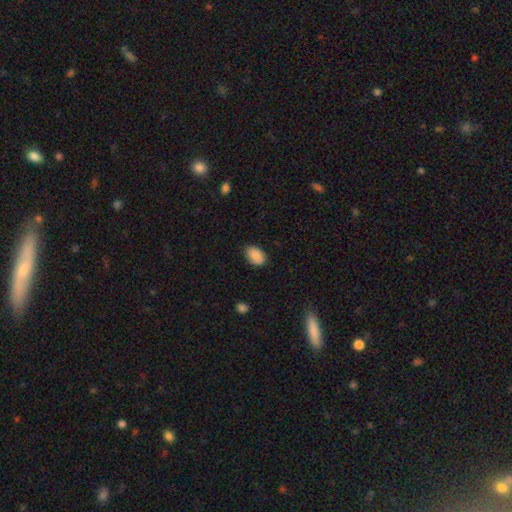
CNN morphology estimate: smooth 89%, star or artifact 7%, featured or disk 4%. Down the decision tree: how rounded — in between (86%); merging — none (84%).